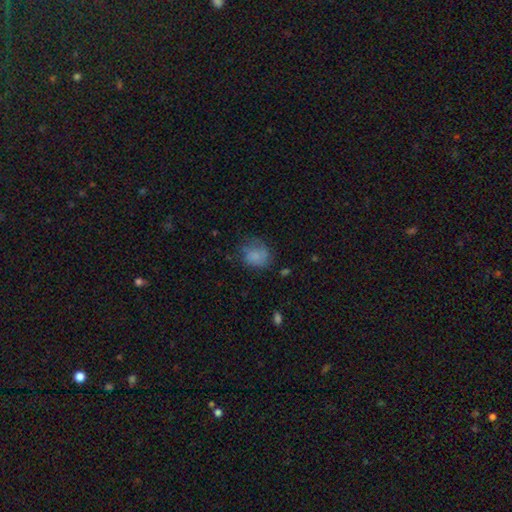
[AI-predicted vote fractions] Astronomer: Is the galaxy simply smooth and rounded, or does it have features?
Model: smooth — 73%.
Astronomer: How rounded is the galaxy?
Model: round — 60% (runner-up: in between, 39%).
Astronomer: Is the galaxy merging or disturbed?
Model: none — 54%.